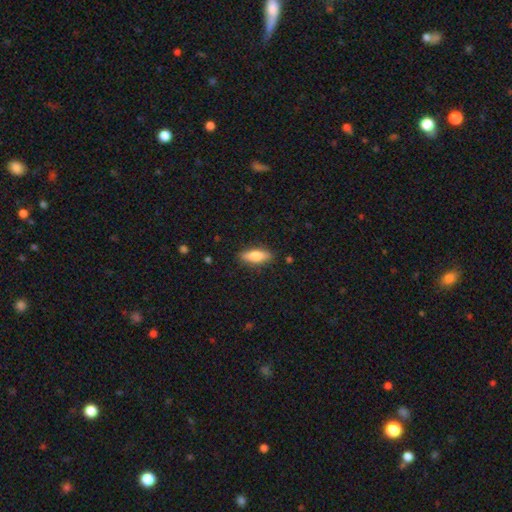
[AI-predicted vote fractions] Smooth or featured? smooth (71%)
How rounded? in between (63%)
Merging? none (87%)